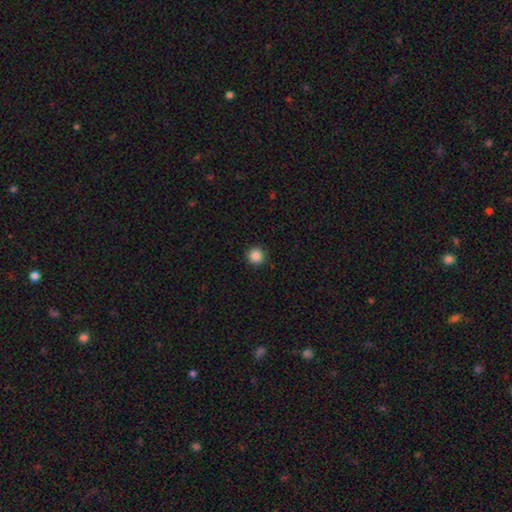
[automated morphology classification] smooth_or_featured: smooth (p=0.86) [alt: star or artifact p=0.10]
how_rounded: round (p=0.95) [alt: in between p=0.04]
merging: none (p=0.92) [alt: minor disturbance p=0.05]